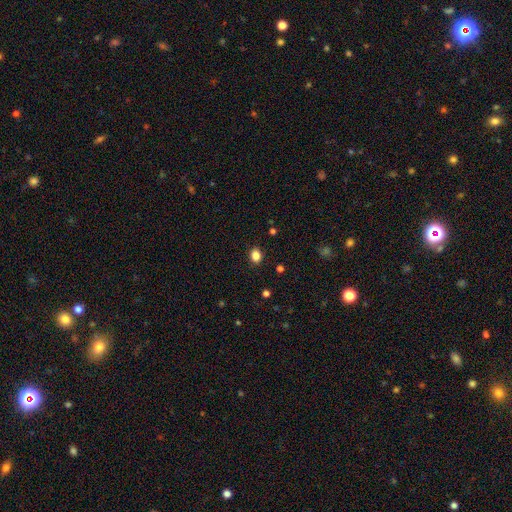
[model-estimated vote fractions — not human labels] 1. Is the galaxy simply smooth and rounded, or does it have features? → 85% smooth, 11% star or artifact, 4% featured or disk.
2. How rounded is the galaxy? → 59% in between, 40% round, 1% cigar-shaped.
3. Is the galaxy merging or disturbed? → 89% none, 8% minor disturbance, 2% major disturbance, 1% merger.